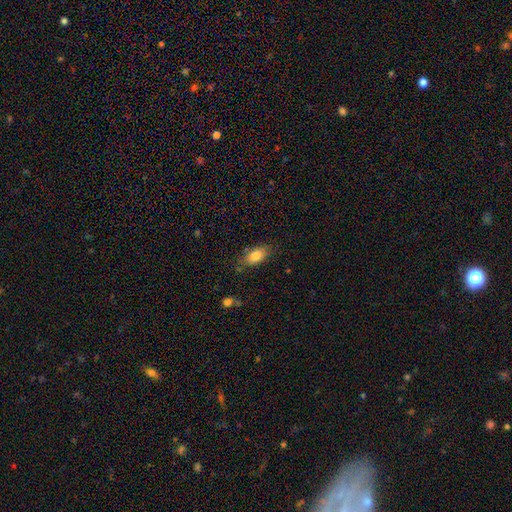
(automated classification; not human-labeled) Smooth or featured?
  - smooth: 82% *
  - featured or disk: 10%
  - star or artifact: 8%
How rounded?
  - in between: 88% *
  - round: 7%
  - cigar-shaped: 5%
Merging?
  - none: 75% *
  - minor disturbance: 18%
  - major disturbance: 4%
  - merger: 3%